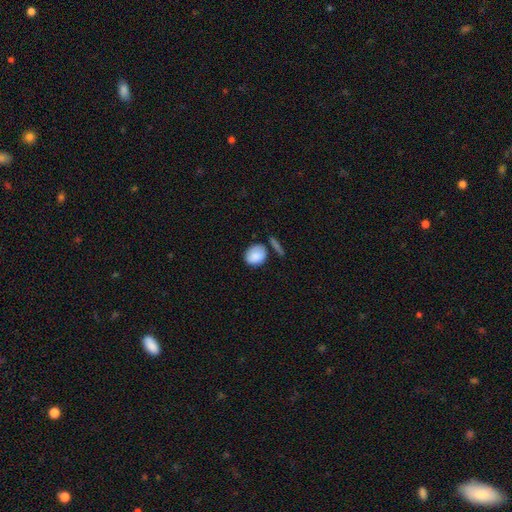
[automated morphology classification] This is clearly a smooth galaxy (86%). How rounded: possibly round (51%). Merging: likely none (63%).